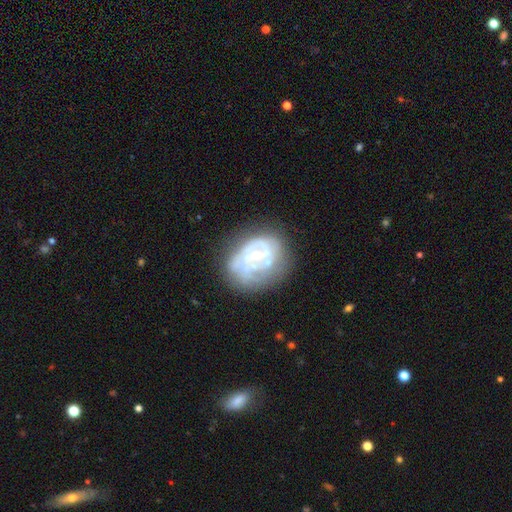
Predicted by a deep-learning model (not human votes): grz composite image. It shows a featured or disk galaxy (70%) with no bar (80%), no spiral arms (53%) and a small central bulge (62%). Merging: none (52%).